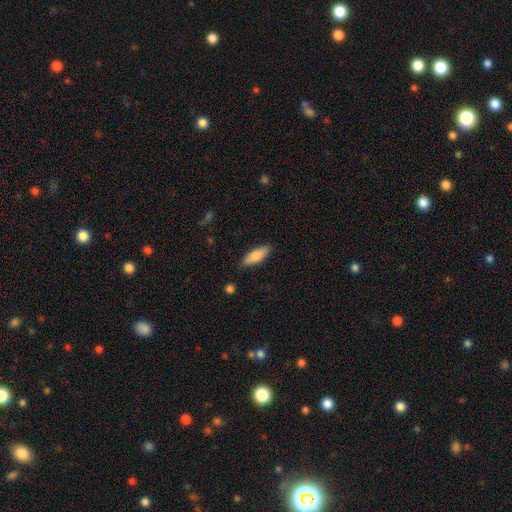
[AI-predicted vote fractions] Smooth or featured? Predicted: smooth (p=0.79). How rounded? Predicted: in between (p=0.63). Merging? Predicted: none (p=0.84).